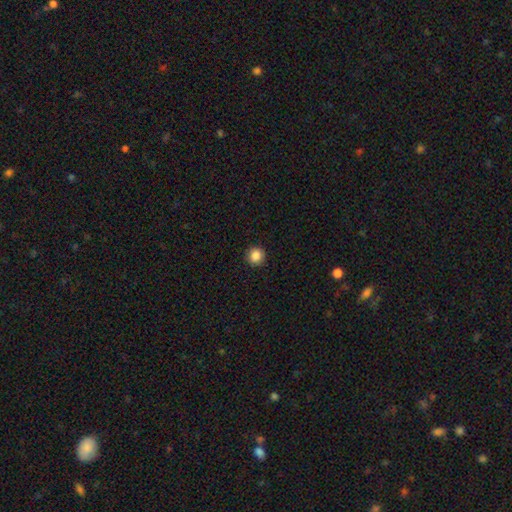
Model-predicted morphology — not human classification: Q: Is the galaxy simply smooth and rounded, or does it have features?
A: smooth — 86%.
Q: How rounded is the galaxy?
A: round — 92%.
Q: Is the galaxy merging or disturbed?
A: none — 92%.